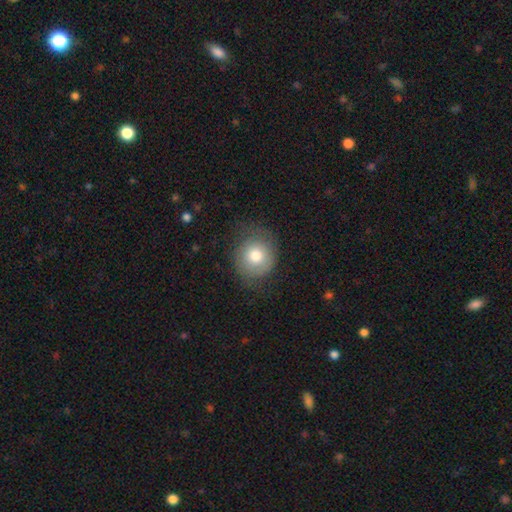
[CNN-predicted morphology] Q: Smooth or featured?
A: smooth (73%); runner-up: featured or disk (18%)
Q: How rounded?
A: round (85%); runner-up: in between (14%)
Q: Merging?
A: none (66%); runner-up: minor disturbance (22%)